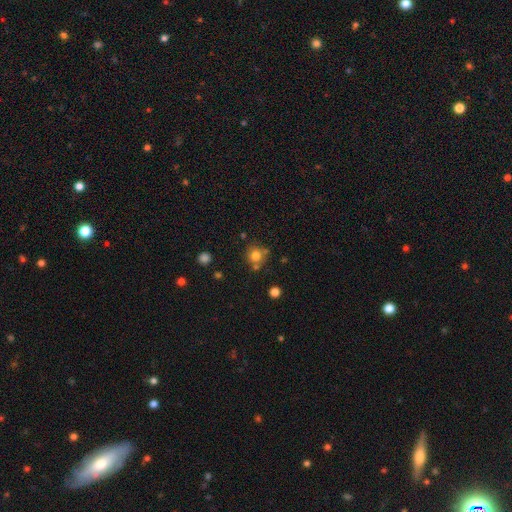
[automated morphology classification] A smooth galaxy with no disk features (77%) that is round (88%).

Vote fractions:
- Smooth or featured? smooth: 77% / star or artifact: 14% / featured or disk: 9%
- How rounded? round: 88% / in between: 11% / cigar-shaped: 1%
- Merging? none: 67% / merger: 15% / minor disturbance: 13% / major disturbance: 4%